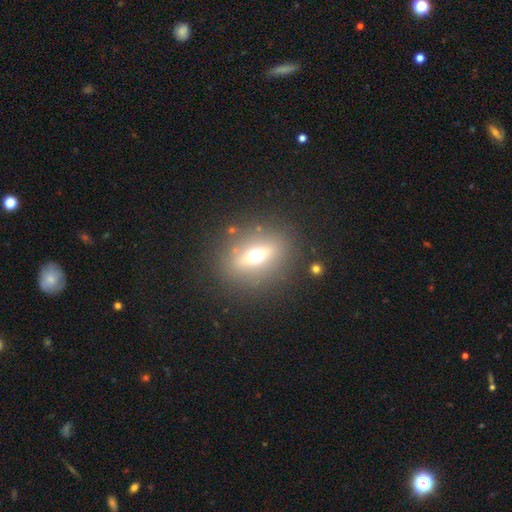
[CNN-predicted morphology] Q: Smooth or featured?
A: smooth (43%); runner-up: featured or disk (40%)
Q: Merging?
A: none (84%); runner-up: minor disturbance (8%)